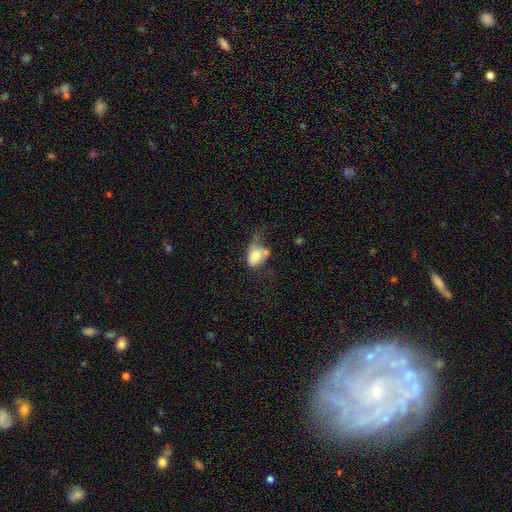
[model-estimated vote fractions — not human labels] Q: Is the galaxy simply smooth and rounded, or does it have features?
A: smooth — 70%.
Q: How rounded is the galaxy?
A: in between — 76%.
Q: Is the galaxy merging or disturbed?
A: major disturbance — 33%.